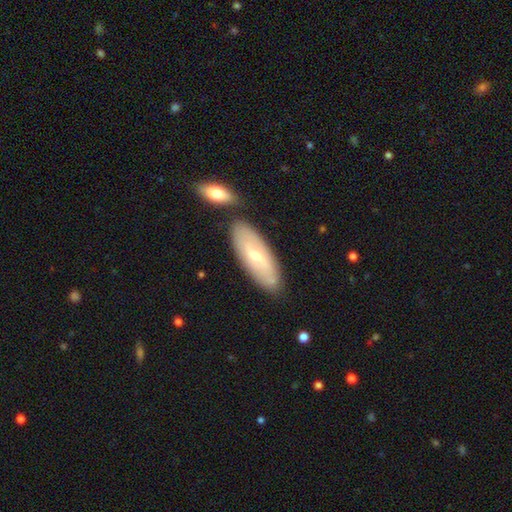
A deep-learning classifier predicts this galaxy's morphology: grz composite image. It shows a smooth galaxy with no disk features (51%) that is in between round and cigar-shaped (69%). Merging: none (78%).